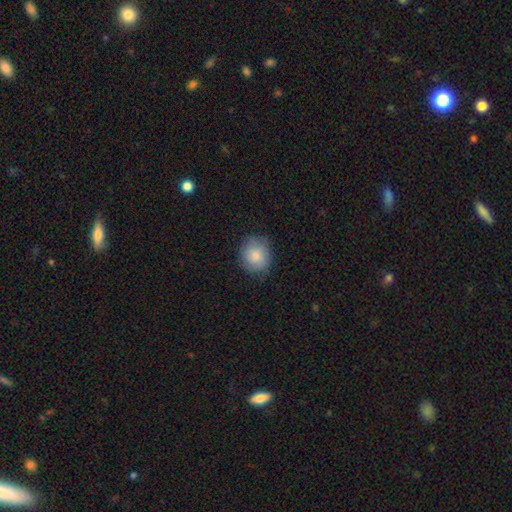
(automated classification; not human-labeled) A smooth galaxy with no disk features (84%) that is round (85%).

Vote fractions:
- Smooth or featured? smooth: 84% / featured or disk: 9% / star or artifact: 7%
- How rounded? round: 85% / in between: 14% / cigar-shaped: 1%
- Merging? none: 81% / minor disturbance: 15% / major disturbance: 3% / merger: 1%